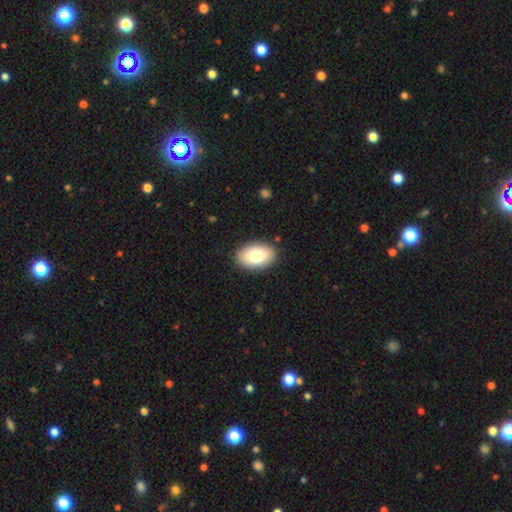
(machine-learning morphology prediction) This is likely a smooth galaxy (78%). How rounded: clearly in between (90%). Merging: clearly none (89%).